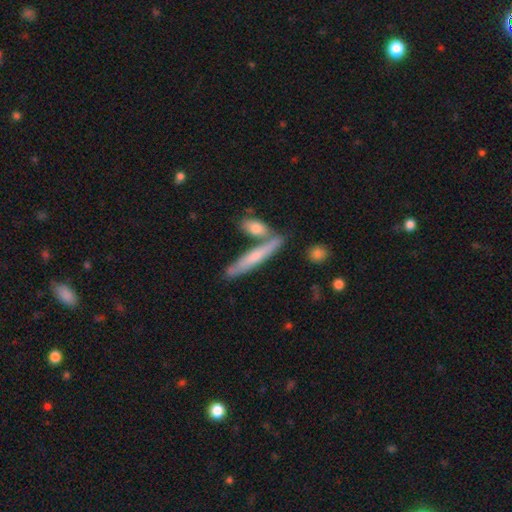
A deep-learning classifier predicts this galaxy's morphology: Q: Smooth or featured?
A: smooth (55%); runner-up: featured or disk (38%)
Q: How rounded?
A: cigar-shaped (88%); runner-up: in between (9%)
Q: Merging?
A: none (67%); runner-up: merger (18%)